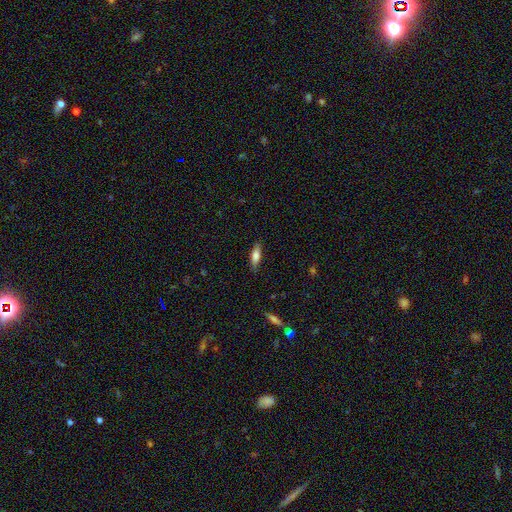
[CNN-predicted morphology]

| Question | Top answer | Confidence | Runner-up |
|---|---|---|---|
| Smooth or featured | smooth | 71% | featured or disk (22%) |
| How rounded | in between | 53% | cigar-shaped (45%) |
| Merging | none | 83% | minor disturbance (13%) |